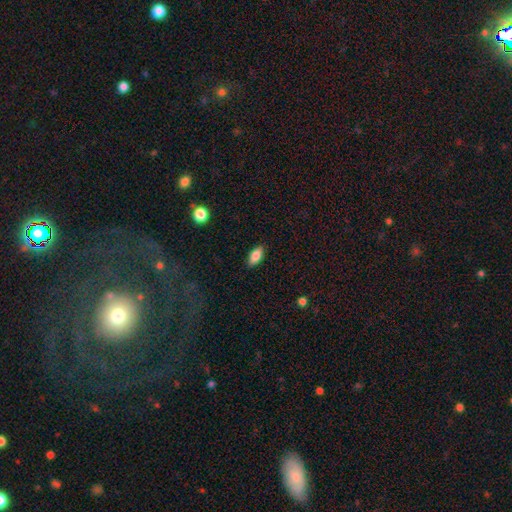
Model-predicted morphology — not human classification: Smooth or featured: smooth — 83% (featured or disk — 10%)
How rounded: in between — 87% (cigar-shaped — 10%)
Merging: none — 88% (minor disturbance — 9%)